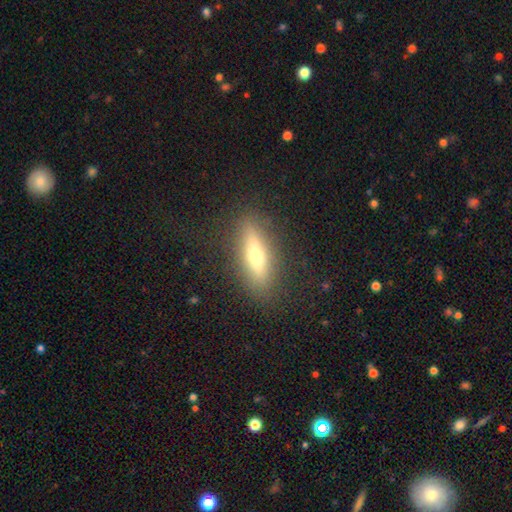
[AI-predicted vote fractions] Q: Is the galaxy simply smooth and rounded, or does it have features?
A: smooth — 48%.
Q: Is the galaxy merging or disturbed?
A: none — 86%.